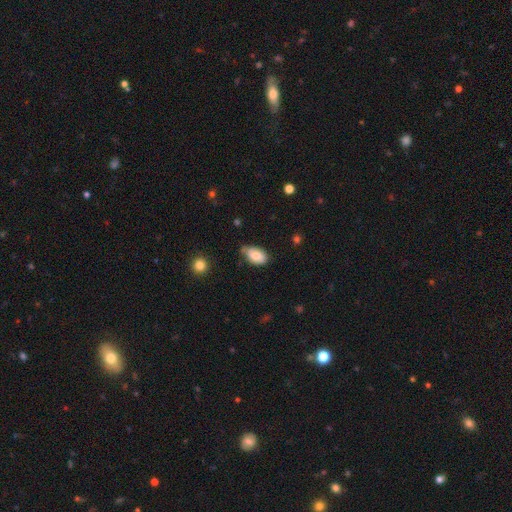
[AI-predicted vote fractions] Smooth or featured: smooth — 72% (featured or disk — 20%)
How rounded: in between — 89% (round — 9%)
Merging: none — 54% (minor disturbance — 34%)